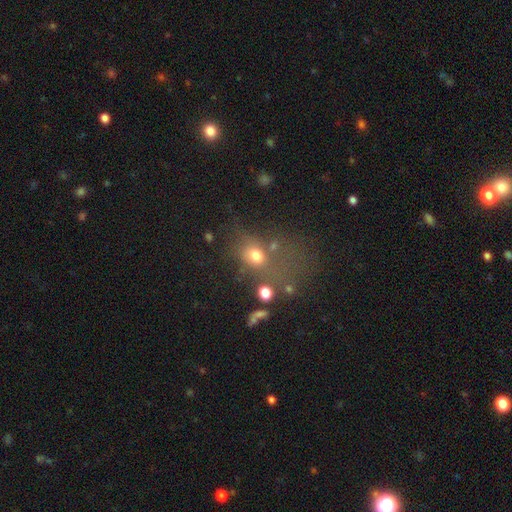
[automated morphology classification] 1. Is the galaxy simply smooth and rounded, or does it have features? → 68% smooth, 18% star or artifact, 15% featured or disk.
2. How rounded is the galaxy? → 58% in between, 39% round, 3% cigar-shaped.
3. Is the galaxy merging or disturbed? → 42% none, 22% major disturbance, 19% merger, 17% minor disturbance.